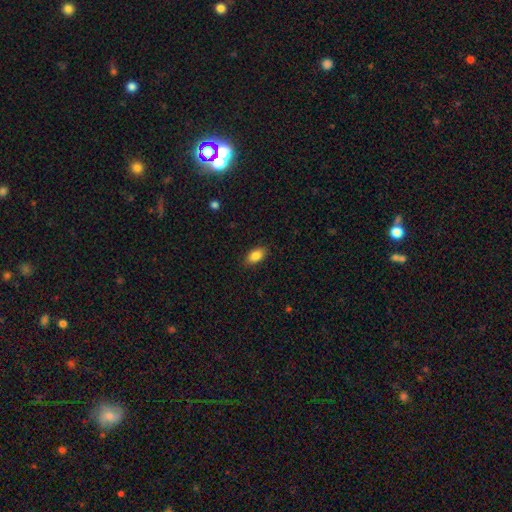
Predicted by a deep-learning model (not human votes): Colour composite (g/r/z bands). It shows a smooth galaxy with no disk features (87%) that is in between round and cigar-shaped (90%). Merging: none (86%).